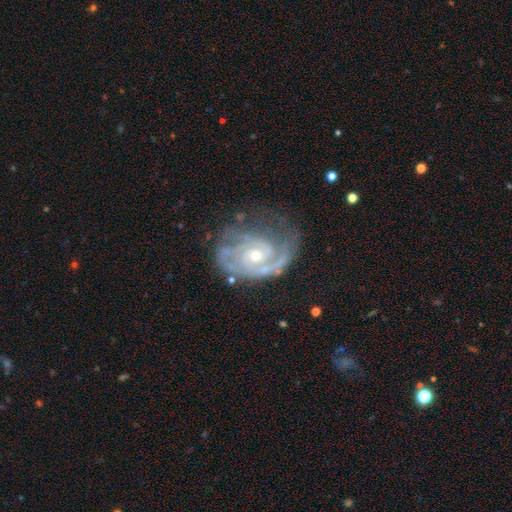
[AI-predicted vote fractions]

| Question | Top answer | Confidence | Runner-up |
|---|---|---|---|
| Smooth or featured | featured or disk | 89% | smooth (6%) |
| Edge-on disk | no | 97% | yes (3%) |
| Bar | no | 68% | weak (27%) |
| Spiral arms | yes | 96% | no (4%) |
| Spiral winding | tight | 57% | medium (34%) |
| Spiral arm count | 2 | 42% | can't tell (21%) |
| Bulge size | small | 60% | moderate (37%) |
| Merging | none | 54% | minor disturbance (25%) |